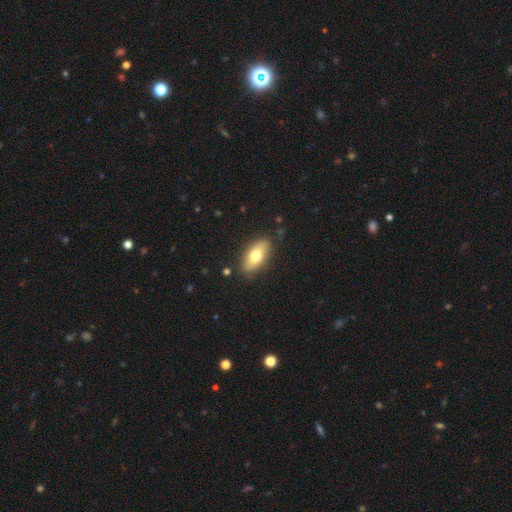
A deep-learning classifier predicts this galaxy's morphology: Smooth or featured?
  - smooth: 70% *
  - featured or disk: 24%
  - star or artifact: 7%
How rounded?
  - in between: 86% *
  - cigar-shaped: 10%
  - round: 3%
Merging?
  - none: 85% *
  - minor disturbance: 11%
  - major disturbance: 2%
  - merger: 2%